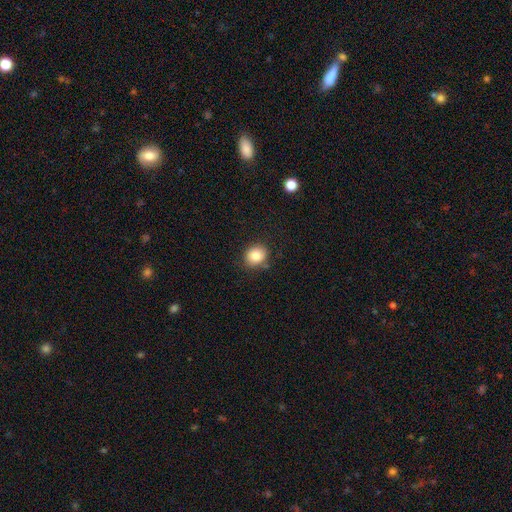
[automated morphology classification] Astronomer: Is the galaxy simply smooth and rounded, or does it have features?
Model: smooth — 83%.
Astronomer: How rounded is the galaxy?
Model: round — 69%.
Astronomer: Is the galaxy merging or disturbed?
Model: none — 79%.